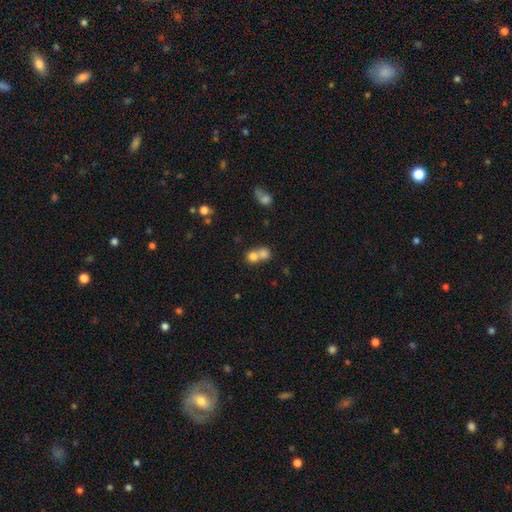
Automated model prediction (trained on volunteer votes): Morphology: type=smooth (75%); roundness=round (79%); merging=merger (62%).